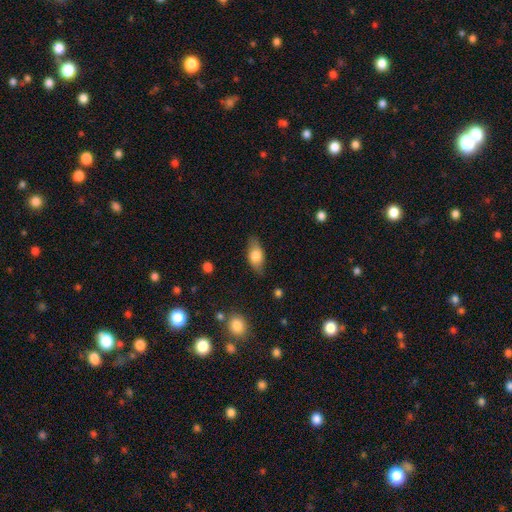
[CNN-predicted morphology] Smooth or featured? Predicted: smooth (p=0.74). How rounded? Predicted: in between (p=0.85). Merging? Predicted: none (p=0.79).